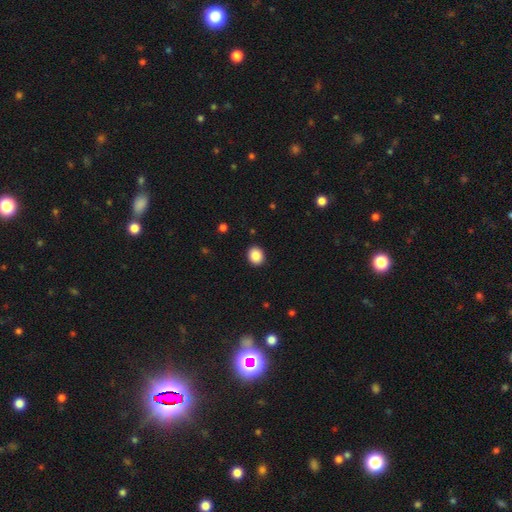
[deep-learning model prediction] Smooth or featured? smooth (87%)
How rounded? round (64%)
Merging? none (91%)